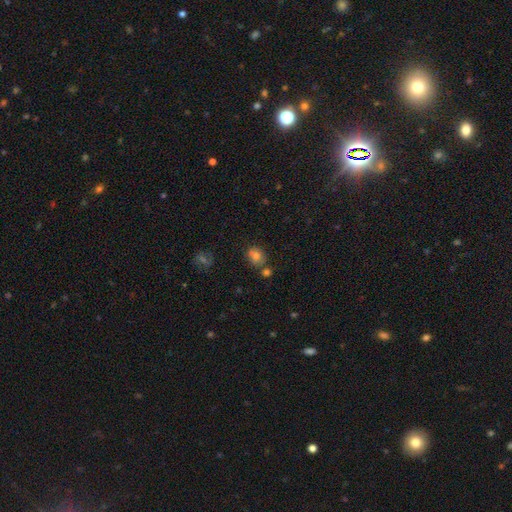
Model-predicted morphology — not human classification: This is likely a smooth galaxy (71%). How rounded: likely round (63%). Merging: likely none (63%).